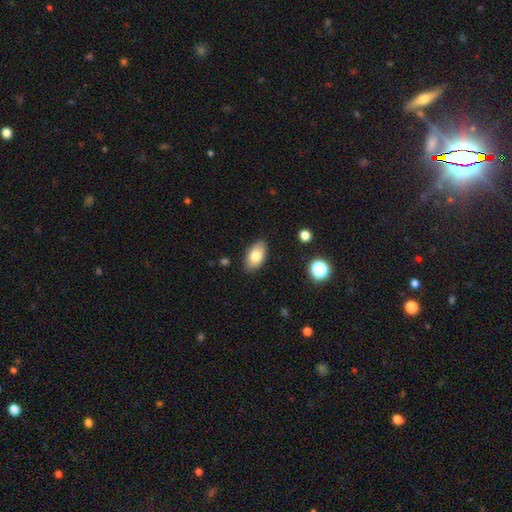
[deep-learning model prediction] smooth-or-featured: smooth: 79% | featured or disk: 14% | star or artifact: 7%
  how-rounded: in between: 93% | round: 5% | cigar-shaped: 2%
  merging: none: 86% | minor disturbance: 11% | major disturbance: 2% | merger: 1%